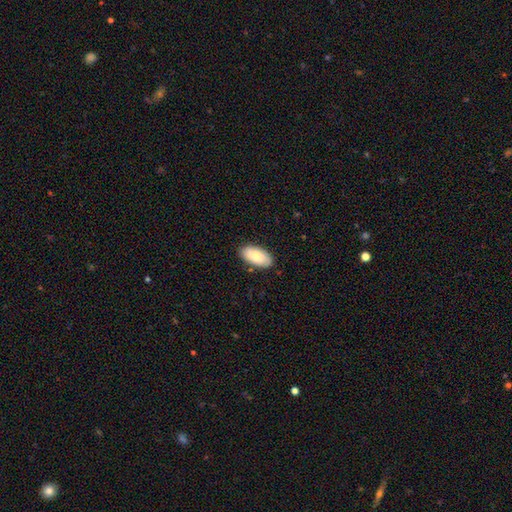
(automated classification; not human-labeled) Smooth or featured: smooth — 78% (featured or disk — 16%)
How rounded: in between — 95% (cigar-shaped — 3%)
Merging: none — 86% (minor disturbance — 10%)